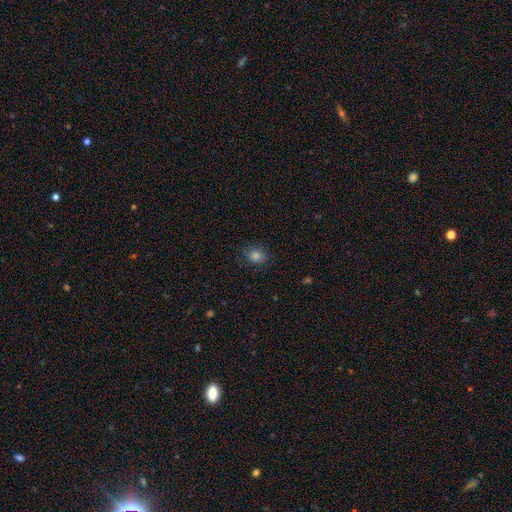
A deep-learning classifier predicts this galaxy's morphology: Q: Smooth or featured?
A: smooth (80%); runner-up: star or artifact (13%)
Q: How rounded?
A: round (60%); runner-up: in between (39%)
Q: Merging?
A: none (81%); runner-up: minor disturbance (14%)